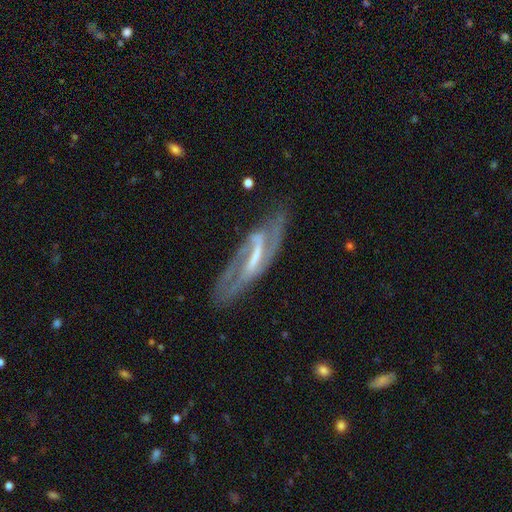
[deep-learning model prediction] Smooth or featured? Predicted: featured or disk (p=0.87). Edge-on disk? Predicted: no (p=0.88). Bar? Predicted: strong (p=0.64). Spiral arms? Predicted: yes (p=0.93). Spiral winding? Predicted: medium (p=0.49). Spiral arm count? Predicted: 2 (p=0.87). Bulge size? Predicted: small (p=0.42). Merging? Predicted: none (p=0.69).